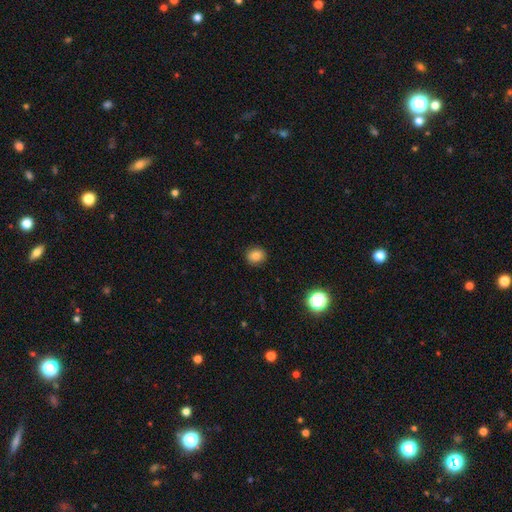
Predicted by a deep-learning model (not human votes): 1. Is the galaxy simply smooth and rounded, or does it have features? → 81% smooth, 12% star or artifact, 7% featured or disk.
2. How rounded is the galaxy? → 76% round, 23% in between, 1% cigar-shaped.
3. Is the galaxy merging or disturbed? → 90% none, 7% minor disturbance, 2% major disturbance, 1% merger.